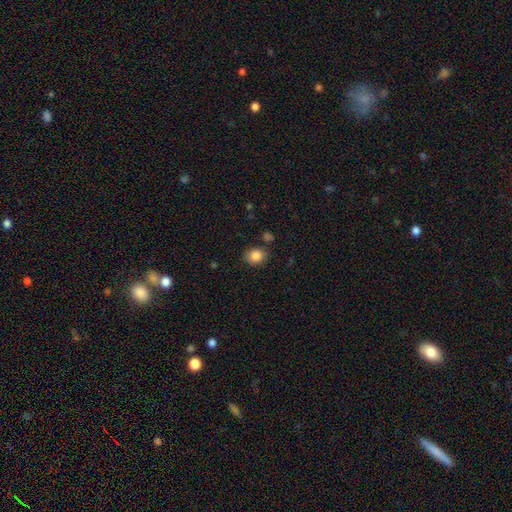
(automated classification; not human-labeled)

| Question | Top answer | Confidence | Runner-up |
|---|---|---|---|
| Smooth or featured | smooth | 86% | star or artifact (9%) |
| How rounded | round | 52% | in between (47%) |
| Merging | none | 79% | minor disturbance (13%) |